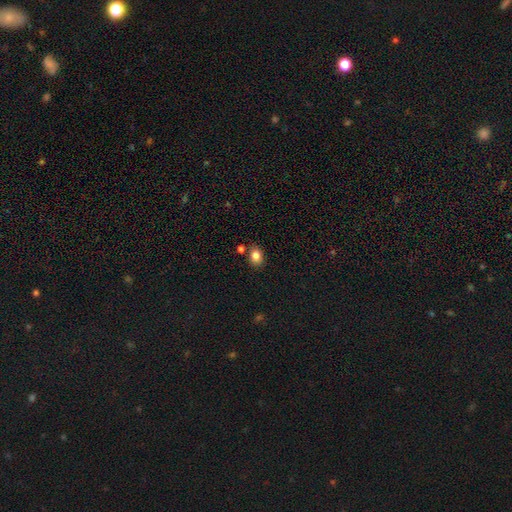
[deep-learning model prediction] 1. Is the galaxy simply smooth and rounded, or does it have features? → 82% smooth, 11% star or artifact, 7% featured or disk.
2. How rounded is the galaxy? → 59% in between, 40% round, 1% cigar-shaped.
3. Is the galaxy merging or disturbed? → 80% none, 11% minor disturbance, 7% merger, 3% major disturbance.